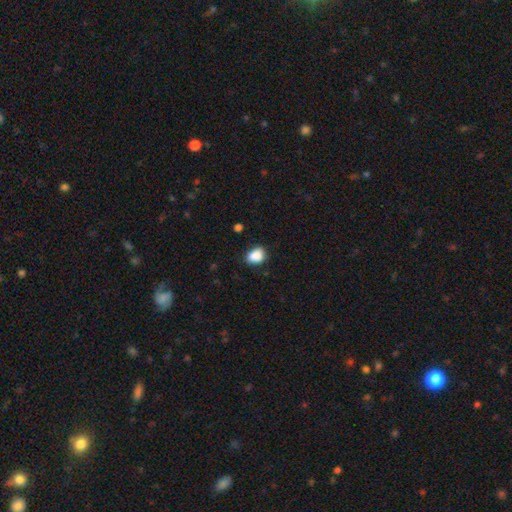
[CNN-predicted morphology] This is clearly a smooth galaxy (87%). How rounded: likely in between (69%). Merging: likely none (70%).